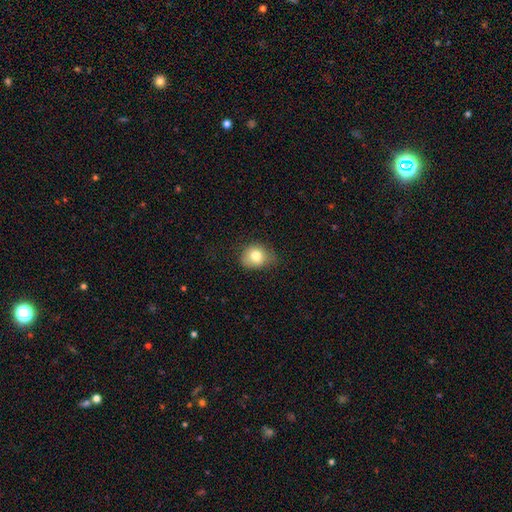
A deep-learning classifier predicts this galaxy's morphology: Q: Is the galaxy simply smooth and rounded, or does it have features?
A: smooth — 79%.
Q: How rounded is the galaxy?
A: round — 58%.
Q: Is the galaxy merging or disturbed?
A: none — 53%.